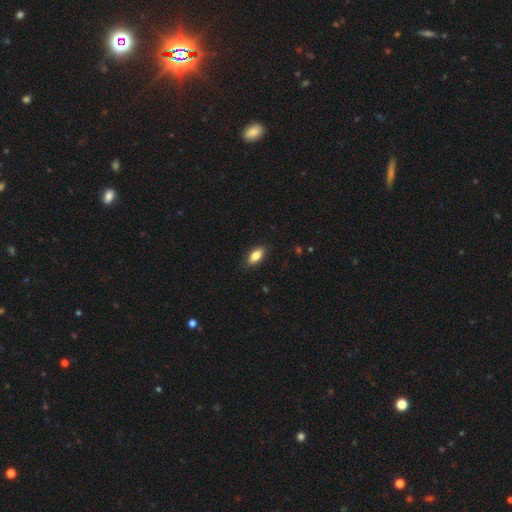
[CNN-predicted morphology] Smooth or featured? Predicted: smooth (p=0.83). How rounded? Predicted: in between (p=0.86). Merging? Predicted: none (p=0.87).